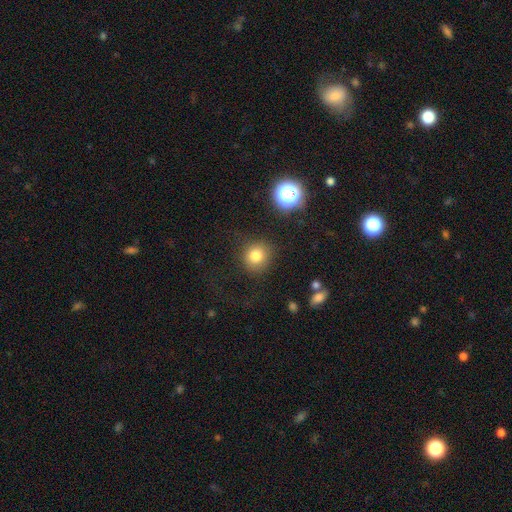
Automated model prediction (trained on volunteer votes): A smooth galaxy with no disk features (80%) that is round (87%). Merging: none (84%).